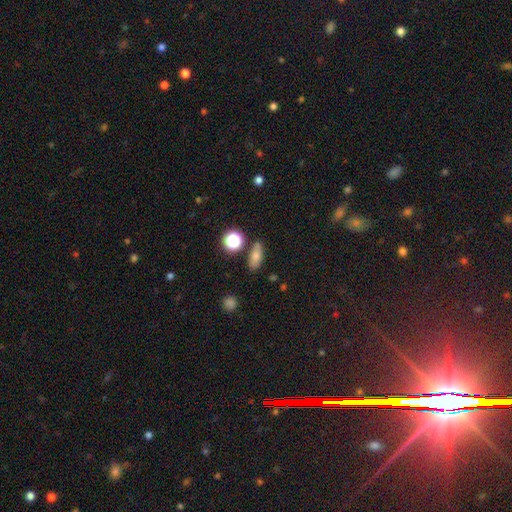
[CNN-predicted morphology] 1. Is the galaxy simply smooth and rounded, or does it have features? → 71% smooth, 15% star or artifact, 14% featured or disk.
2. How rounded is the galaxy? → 68% in between, 17% cigar-shaped, 15% round.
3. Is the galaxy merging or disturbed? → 78% none, 13% minor disturbance, 6% merger, 3% major disturbance.